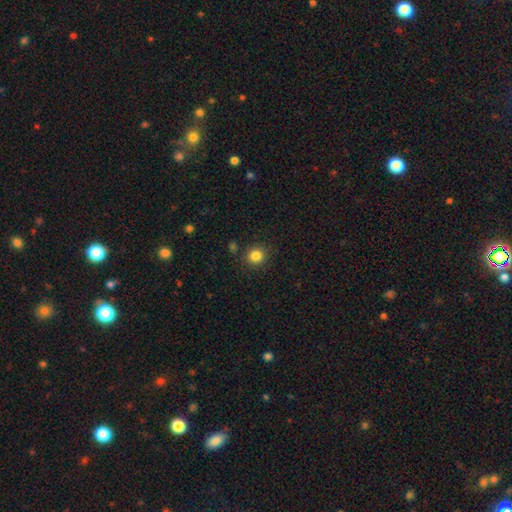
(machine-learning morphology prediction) Smooth or featured? Predicted: smooth (p=0.84). How rounded? Predicted: round (p=0.90). Merging? Predicted: none (p=0.87).